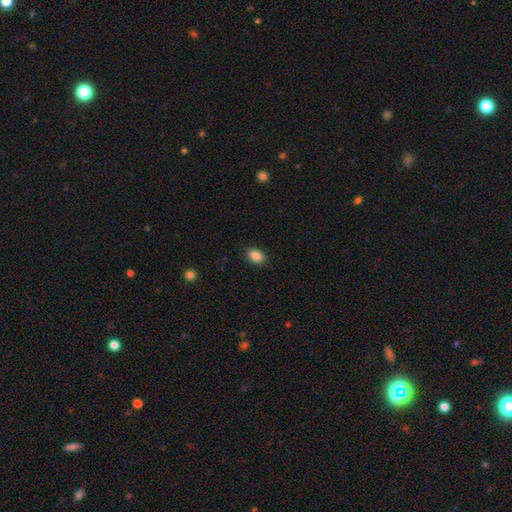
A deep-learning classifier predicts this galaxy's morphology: Smooth or featured? Predicted: smooth (p=0.87). How rounded? Predicted: in between (p=0.74). Merging? Predicted: none (p=0.89).